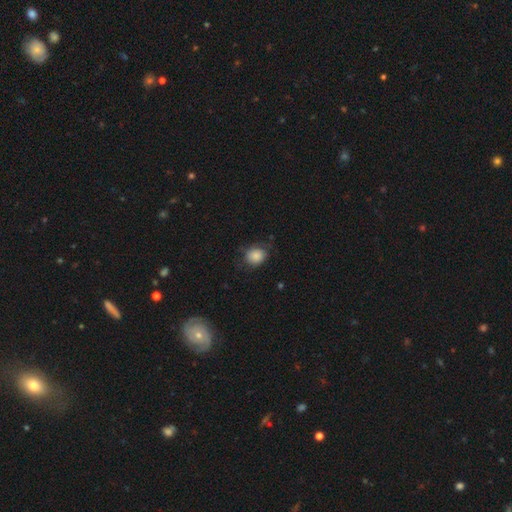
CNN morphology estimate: smooth 83%, star or artifact 8%, featured or disk 8%. Down the decision tree: how rounded — round (65%); merging — none (62%).